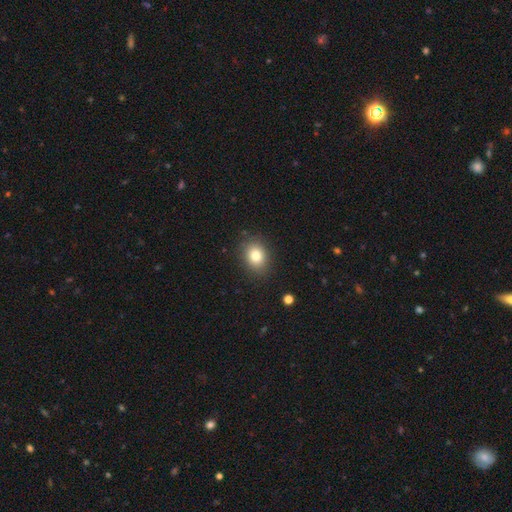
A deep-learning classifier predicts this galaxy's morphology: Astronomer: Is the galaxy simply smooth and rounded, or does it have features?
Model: smooth — 81%.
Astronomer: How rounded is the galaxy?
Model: in between — 54% (runner-up: round, 45%).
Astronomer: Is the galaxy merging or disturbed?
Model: none — 86%.